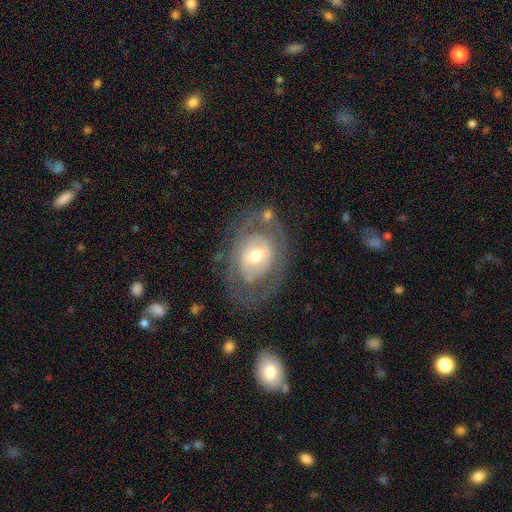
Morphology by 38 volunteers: Q: Smooth or featured?
A: featured or disk (63%); runner-up: smooth (37%)
Q: Edge-on disk?
A: no (92%); runner-up: yes (8%)
Q: Bar?
A: no (73%); runner-up: weak (23%)
Q: Spiral arms?
A: no (95%); runner-up: yes (5%)
Q: Bulge size?
A: moderate (64%); runner-up: small (32%)
Q: Merging?
A: none (61%); runner-up: minor disturbance (21%)